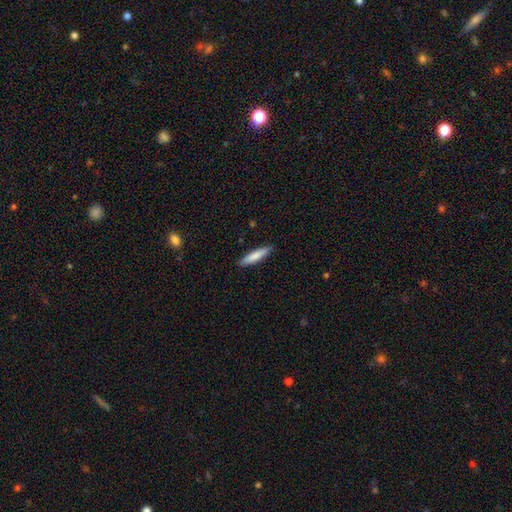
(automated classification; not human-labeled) The model was most divided on "how rounded": cigar-shaped: 82%, in between: 16%, round: 1%. More confident: merging — none (89%); smooth or featured — smooth (80%).